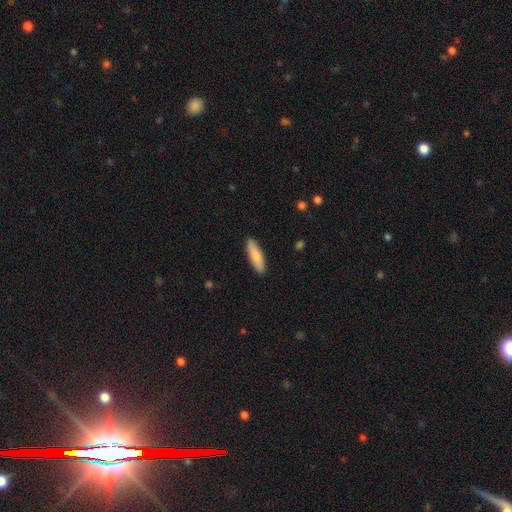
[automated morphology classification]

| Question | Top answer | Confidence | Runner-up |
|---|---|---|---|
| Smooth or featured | smooth | 83% | featured or disk (11%) |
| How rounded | cigar-shaped | 59% | in between (40%) |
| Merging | none | 90% | minor disturbance (7%) |